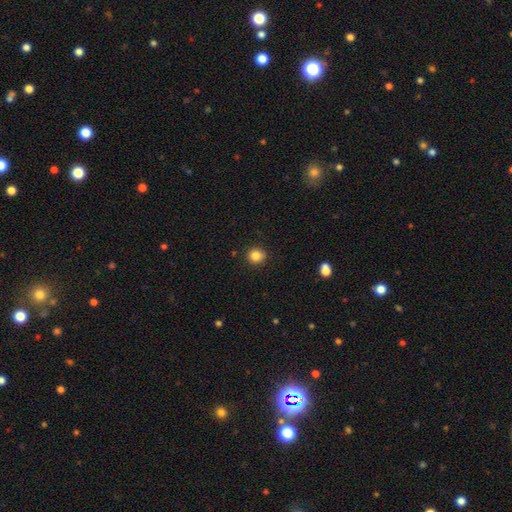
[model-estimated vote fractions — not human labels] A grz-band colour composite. It shows a smooth galaxy with no disk features (84%) that is round (87%). Merging: none (90%).